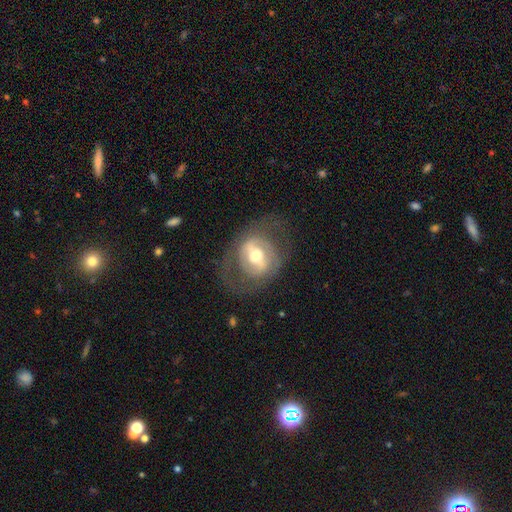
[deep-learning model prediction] Smooth or featured: featured or disk — 68% (smooth — 25%)
Edge-on disk: no — 94% (yes — 6%)
Bar: strong — 44% (weak — 35%)
Spiral arms: no — 55% (yes — 45%)
Bulge size: moderate — 69% (large — 15%)
Merging: none — 65% (major disturbance — 17%)